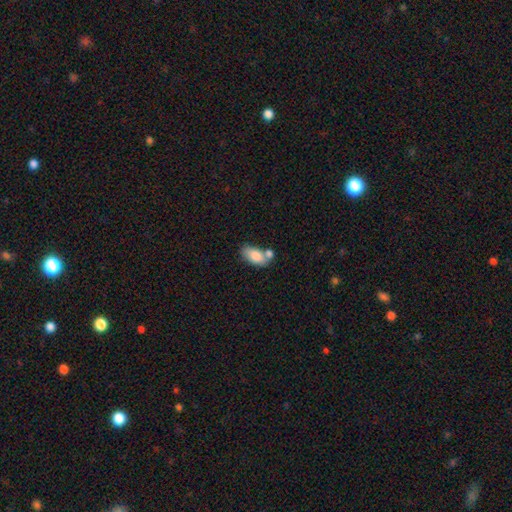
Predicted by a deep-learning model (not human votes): Smooth or featured? Predicted: smooth (p=0.82). How rounded? Predicted: in between (p=0.92). Merging? Predicted: none (p=0.45).